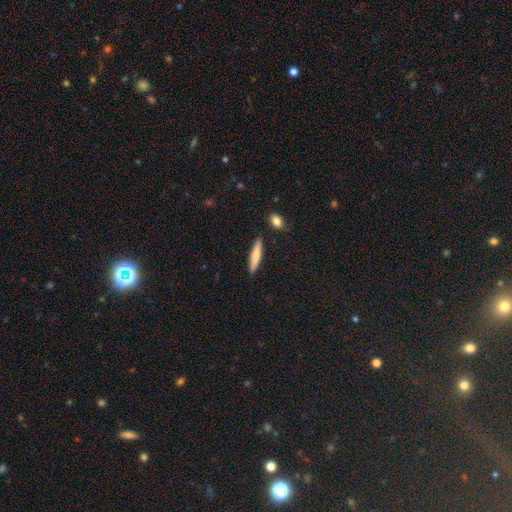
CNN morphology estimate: smooth-or-featured: smooth: 74% | featured or disk: 21% | star or artifact: 6%
  how-rounded: cigar-shaped: 87% | in between: 11% | round: 2%
  merging: none: 87% | minor disturbance: 8% | merger: 3% | major disturbance: 2%